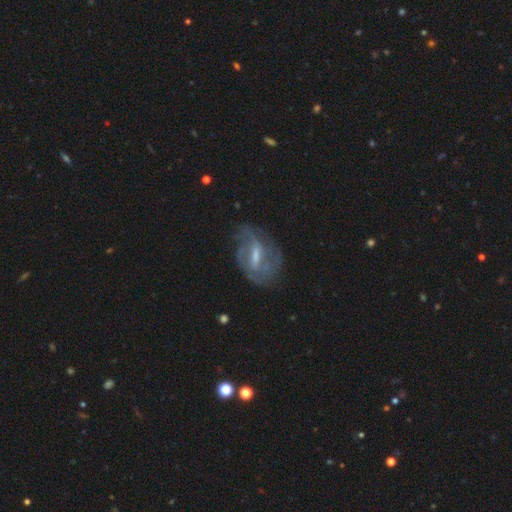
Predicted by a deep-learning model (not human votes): smooth-or-featured: featured or disk: 73% | smooth: 19% | star or artifact: 8%
  disk-edge-on: no: 94% | yes: 6%
    bar: weak: 51% | strong: 31% | no: 18%
    has-spiral-arms: yes: 79% | no: 21%
      spiral-winding: medium: 42% | tight: 38% | loose: 21%
      spiral-arm-count: can't tell: 41% | 2: 32% | 3: 14% | 1: 6% | 4: 5% | more than 4: 3%
    bulge-size: moderate: 45% | small: 36% | none: 13% | large: 5% | dominant: 1%
  merging: none: 57% | minor disturbance: 24% | major disturbance: 17% | merger: 2%